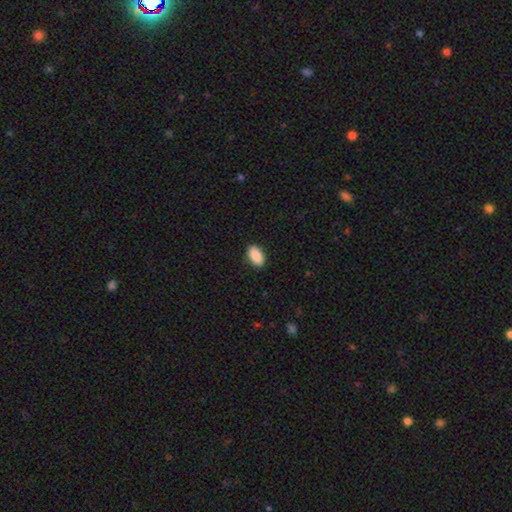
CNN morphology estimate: A smooth galaxy with no disk features (90%) that is in between round and cigar-shaped (94%).

Vote fractions:
- Smooth or featured? smooth: 90% / star or artifact: 6% / featured or disk: 3%
- How rounded? in between: 94% / round: 4% / cigar-shaped: 2%
- Merging? none: 89% / minor disturbance: 8% / major disturbance: 2% / merger: 1%